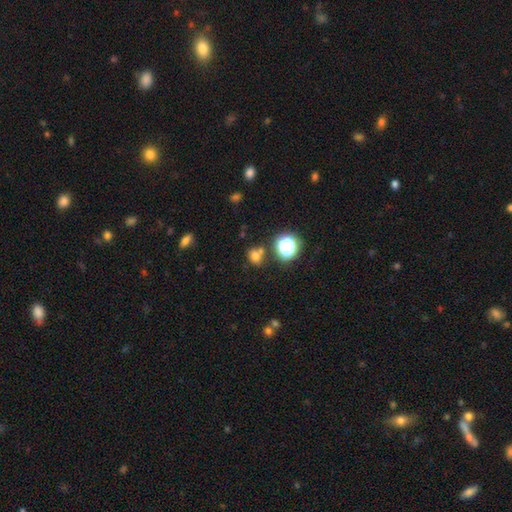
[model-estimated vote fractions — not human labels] Smooth or featured? smooth (70%)
How rounded? round (61%)
Merging? none (64%)